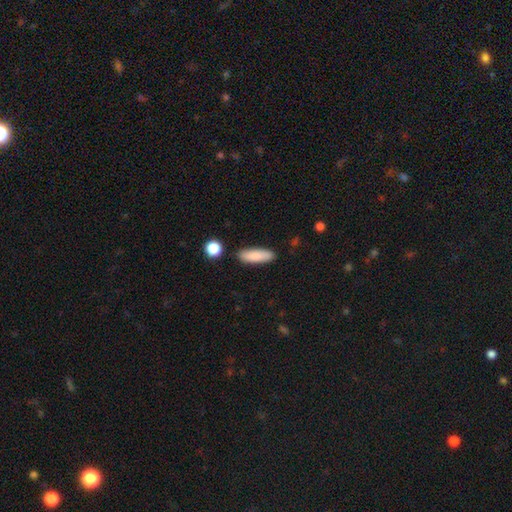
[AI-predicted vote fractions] This is clearly a smooth galaxy (86%). How rounded: possibly cigar-shaped (49%, tied with in between). Merging: clearly none (87%).